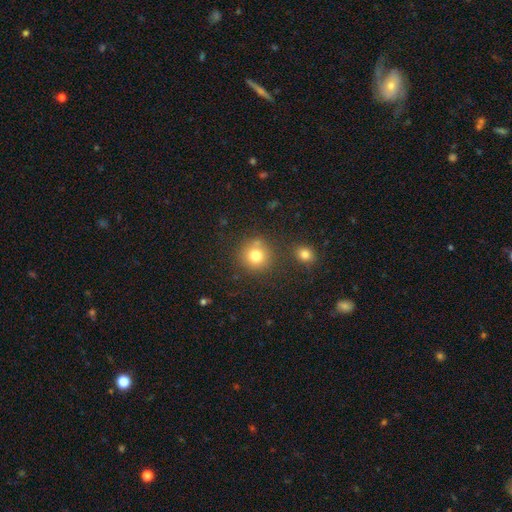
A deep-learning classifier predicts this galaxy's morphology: Smooth or featured?
  - smooth: 78% *
  - star or artifact: 13%
  - featured or disk: 9%
How rounded?
  - round: 92% *
  - in between: 7%
  - cigar-shaped: 1%
Merging?
  - none: 76% *
  - merger: 10%
  - minor disturbance: 10%
  - major disturbance: 4%